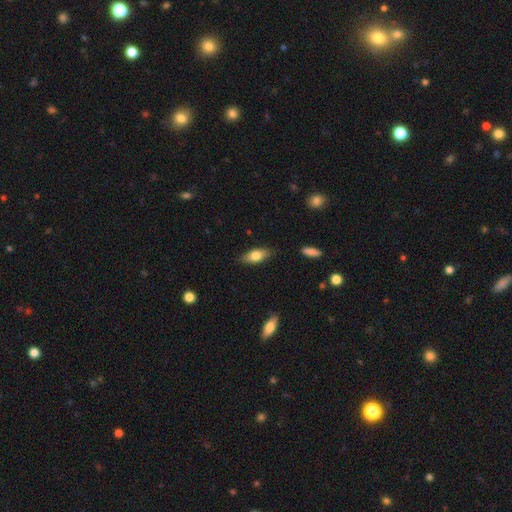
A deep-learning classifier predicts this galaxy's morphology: smooth-or-featured: smooth: 71% | featured or disk: 23% | star or artifact: 6%
  how-rounded: in between: 76% | cigar-shaped: 21% | round: 3%
  merging: none: 85% | minor disturbance: 12% | major disturbance: 2% | merger: 1%